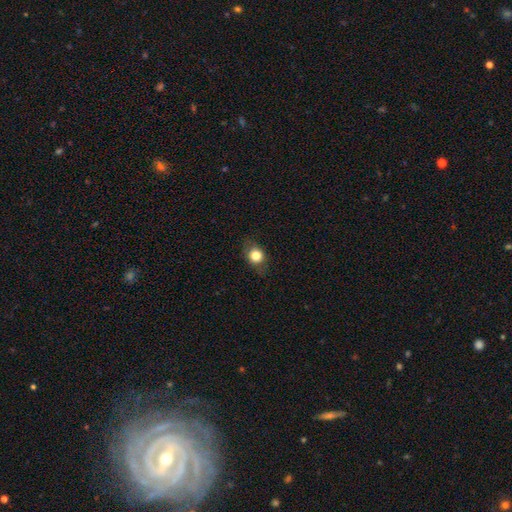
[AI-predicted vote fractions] Smooth or featured: smooth — 77% (featured or disk — 14%)
How rounded: round — 60% (in between — 39%)
Merging: none — 79% (minor disturbance — 16%)